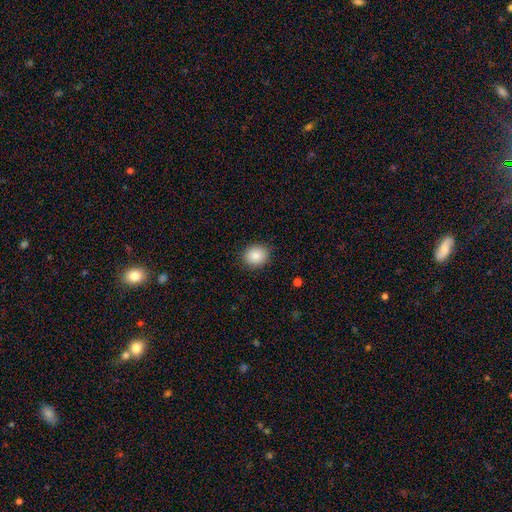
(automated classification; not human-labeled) Smooth or featured? Predicted: smooth (p=0.86). How rounded? Predicted: round (p=0.75). Merging? Predicted: none (p=0.89).